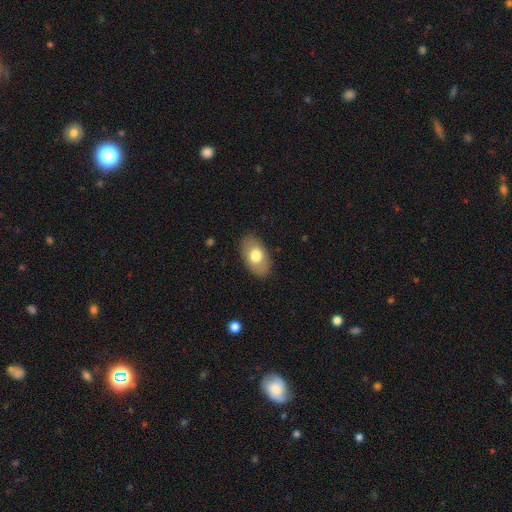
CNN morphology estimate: Smooth or featured: smooth — 72% (featured or disk — 22%)
How rounded: in between — 92% (round — 7%)
Merging: none — 85% (minor disturbance — 11%)